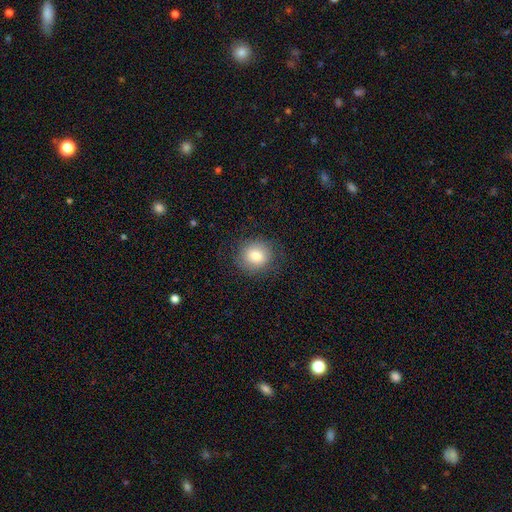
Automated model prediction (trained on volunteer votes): A smooth galaxy with no disk features (79%) that is round (86%). Merging: none (84%).